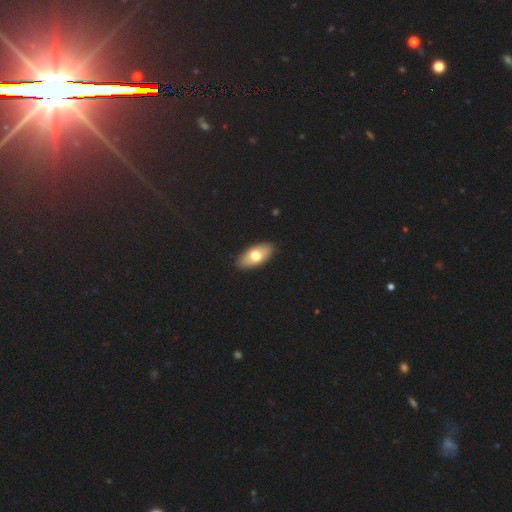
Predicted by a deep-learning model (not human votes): smooth_or_featured: smooth (p=0.68) [alt: featured or disk p=0.26]
how_rounded: in between (p=0.88) [alt: cigar-shaped p=0.08]
merging: none (p=0.89) [alt: minor disturbance p=0.08]